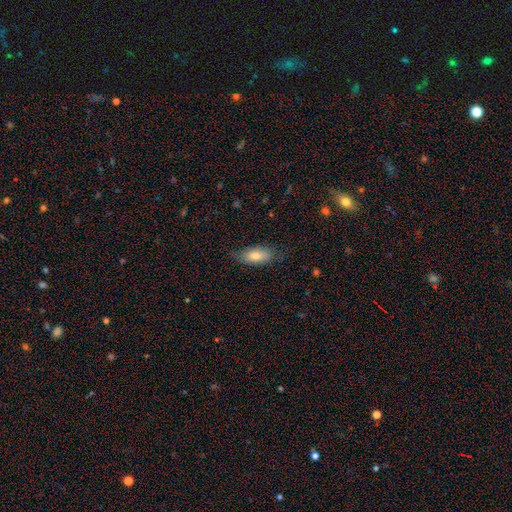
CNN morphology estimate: smooth-or-featured: smooth: 73% | featured or disk: 20% | star or artifact: 7%
  how-rounded: in between: 83% | cigar-shaped: 14% | round: 3%
  merging: none: 71% | minor disturbance: 22% | major disturbance: 5% | merger: 1%